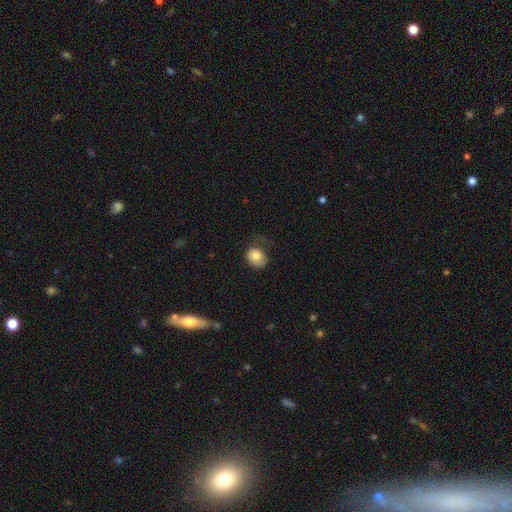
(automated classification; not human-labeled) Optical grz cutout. It shows a smooth galaxy with no disk features (80%) that is round (55%). Merging: none (48%).